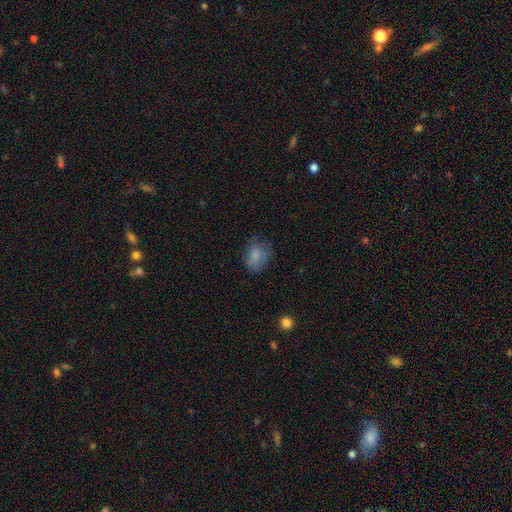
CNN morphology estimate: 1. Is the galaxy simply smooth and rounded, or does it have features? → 76% smooth, 14% featured or disk, 10% star or artifact.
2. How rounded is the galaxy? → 62% in between, 37% round, 1% cigar-shaped.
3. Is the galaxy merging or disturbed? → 61% none, 26% minor disturbance, 12% major disturbance, 2% merger.